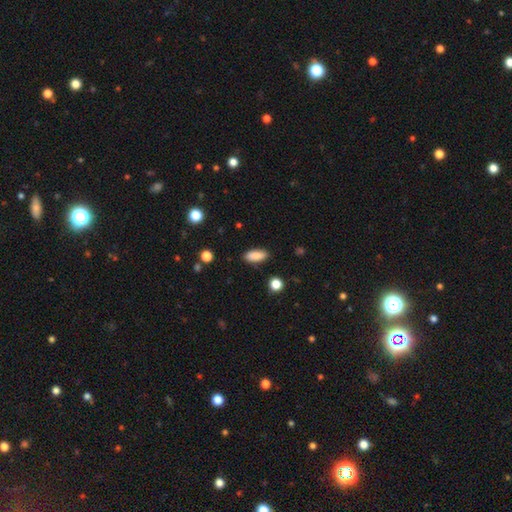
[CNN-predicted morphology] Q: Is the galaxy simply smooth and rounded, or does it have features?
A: smooth — 87%.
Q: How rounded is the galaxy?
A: in between — 80%.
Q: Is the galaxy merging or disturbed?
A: none — 87%.